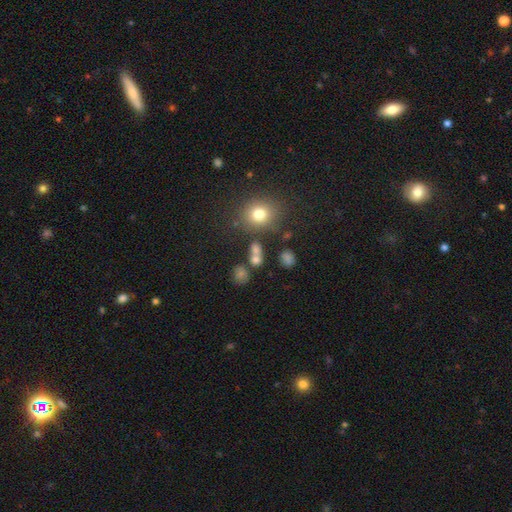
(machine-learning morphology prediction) This is likely a smooth galaxy (68%). How rounded: possibly round (60%). Merging: possibly none (53%).